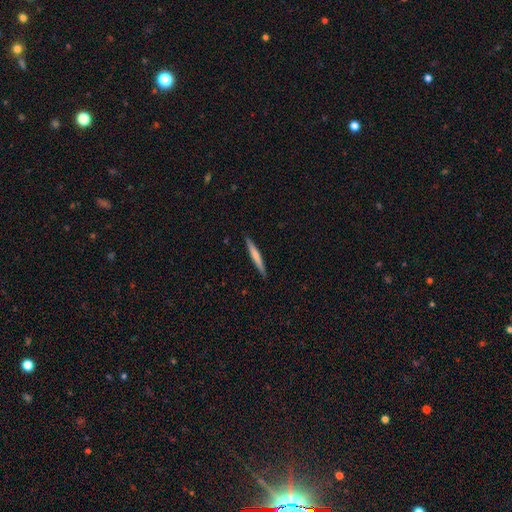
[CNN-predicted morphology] This is likely a smooth galaxy (64%). How rounded: clearly cigar-shaped (96%). Merging: clearly none (90%).